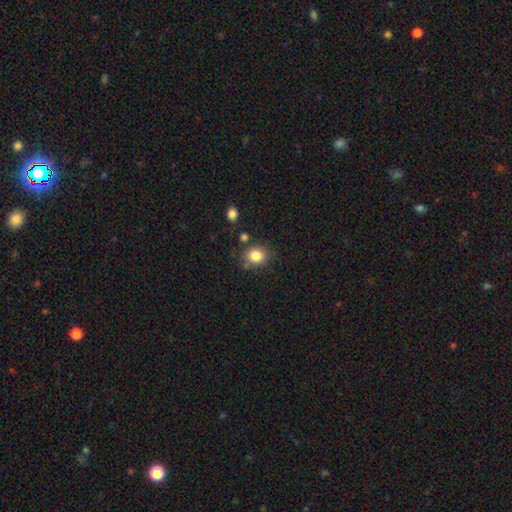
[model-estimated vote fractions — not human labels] smooth_or_featured: smooth (p=0.83) [alt: star or artifact p=0.10]
how_rounded: round (p=0.68) [alt: in between p=0.31]
merging: none (p=0.75) [alt: minor disturbance p=0.13]